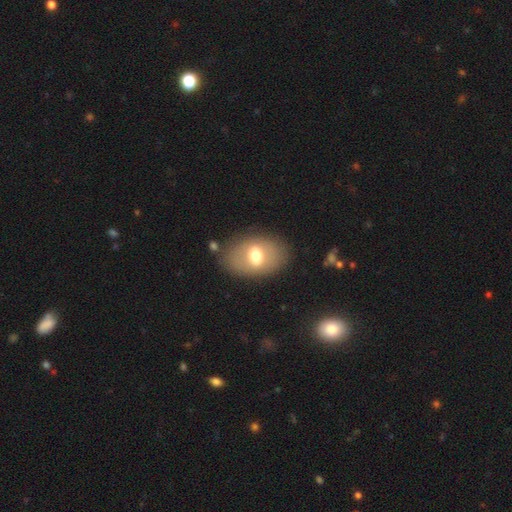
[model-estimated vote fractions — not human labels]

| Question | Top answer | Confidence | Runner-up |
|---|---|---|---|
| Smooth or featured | smooth | 57% | featured or disk (35%) |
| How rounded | in between | 82% | round (16%) |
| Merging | none | 79% | minor disturbance (12%) |